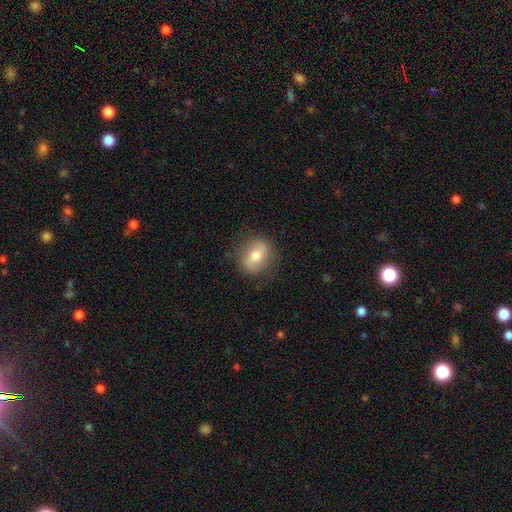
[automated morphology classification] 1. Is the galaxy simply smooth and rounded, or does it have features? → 59% smooth, 33% featured or disk, 8% star or artifact.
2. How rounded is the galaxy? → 58% in between, 39% round, 3% cigar-shaped.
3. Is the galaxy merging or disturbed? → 83% none, 13% minor disturbance, 4% major disturbance, 1% merger.